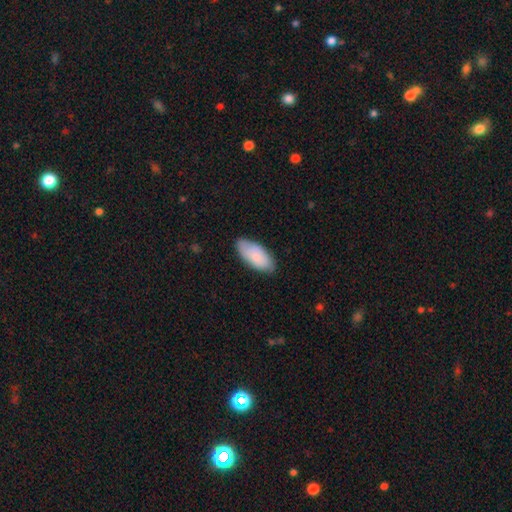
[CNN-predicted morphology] A smooth galaxy with no disk features (80%) that is in between round and cigar-shaped (90%).

Vote fractions:
- Smooth or featured? smooth: 80% / featured or disk: 14% / star or artifact: 5%
- How rounded? in between: 90% / cigar-shaped: 8% / round: 2%
- Merging? none: 81% / minor disturbance: 16% / major disturbance: 2% / merger: 1%